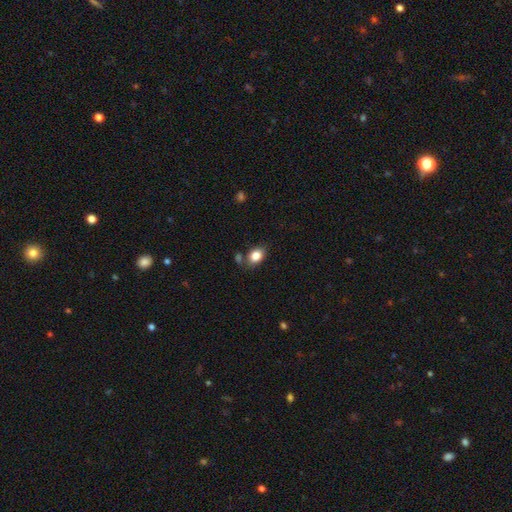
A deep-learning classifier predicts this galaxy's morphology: A smooth galaxy with no disk features (83%) that is in between round and cigar-shaped (72%). Merging: none (71%).